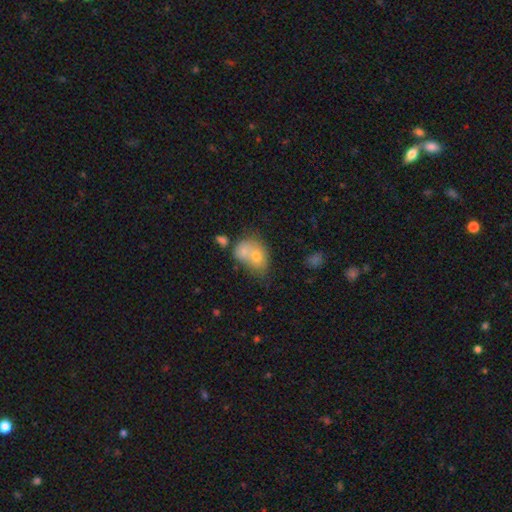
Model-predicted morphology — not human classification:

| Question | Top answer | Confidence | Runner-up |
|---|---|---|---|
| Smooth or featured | smooth | 69% | featured or disk (21%) |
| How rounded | in between | 58% | round (40%) |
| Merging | merger | 64% | none (21%) |